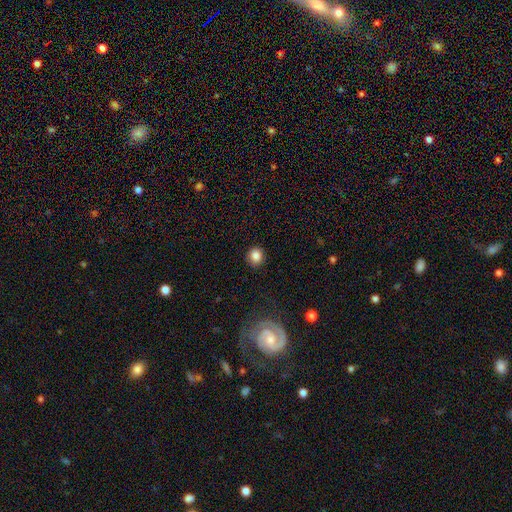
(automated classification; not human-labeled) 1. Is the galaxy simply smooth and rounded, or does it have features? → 85% smooth, 10% star or artifact, 5% featured or disk.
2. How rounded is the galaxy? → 81% round, 18% in between, 1% cigar-shaped.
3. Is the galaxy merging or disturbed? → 89% none, 8% minor disturbance, 2% major disturbance, 1% merger.